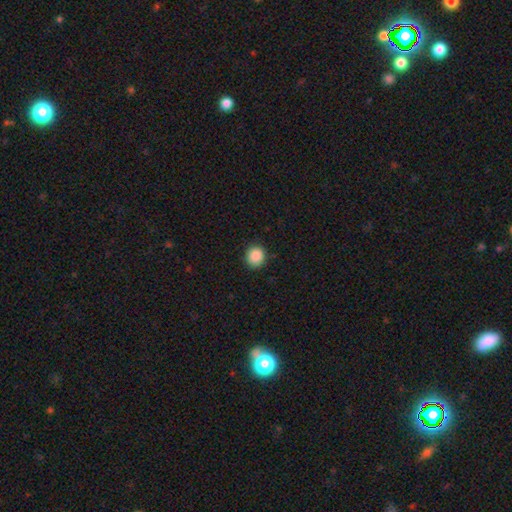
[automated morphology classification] A smooth galaxy with no disk features (88%) that is round (85%).

Vote fractions:
- Smooth or featured? smooth: 88% / star or artifact: 9% / featured or disk: 3%
- How rounded? round: 85% / in between: 14% / cigar-shaped: 1%
- Merging? none: 89% / minor disturbance: 8% / major disturbance: 2% / merger: 1%